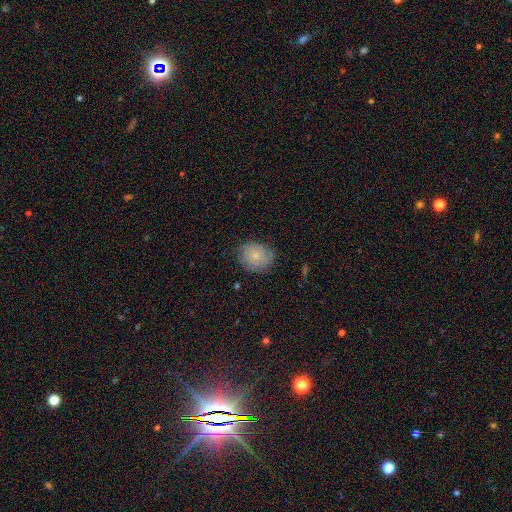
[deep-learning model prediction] Smooth or featured?
  - smooth: 60% *
  - featured or disk: 32%
  - star or artifact: 8%
How rounded?
  - round: 71% *
  - in between: 28%
  - cigar-shaped: 1%
Merging?
  - none: 74% *
  - minor disturbance: 20%
  - major disturbance: 5%
  - merger: 1%